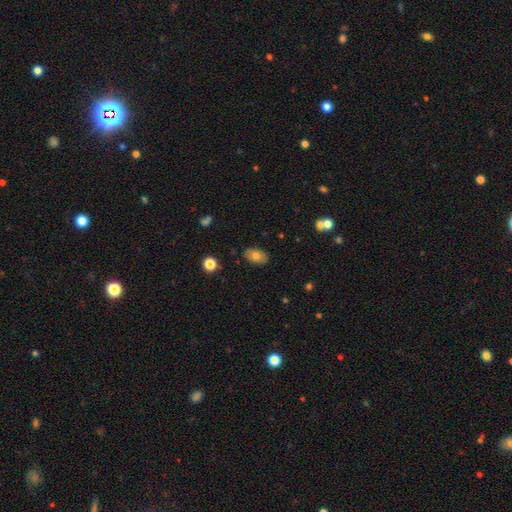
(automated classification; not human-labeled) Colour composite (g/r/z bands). It shows a smooth galaxy with no disk features (76%) that is in between round and cigar-shaped (91%). Merging: none (85%).